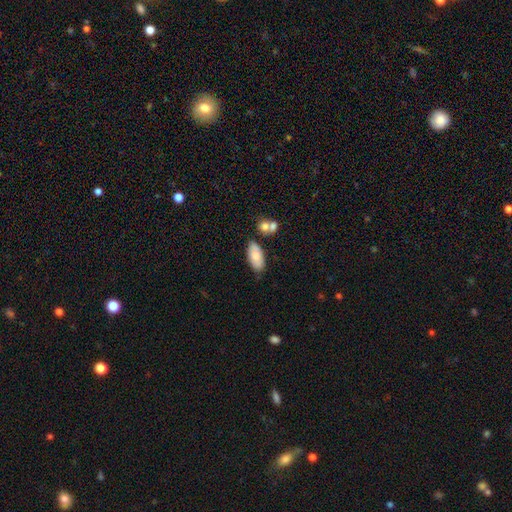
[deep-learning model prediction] Smooth or featured?
  - smooth: 79% *
  - featured or disk: 14%
  - star or artifact: 6%
How rounded?
  - in between: 90% *
  - cigar-shaped: 7%
  - round: 2%
Merging?
  - none: 73% *
  - minor disturbance: 15%
  - merger: 9%
  - major disturbance: 3%